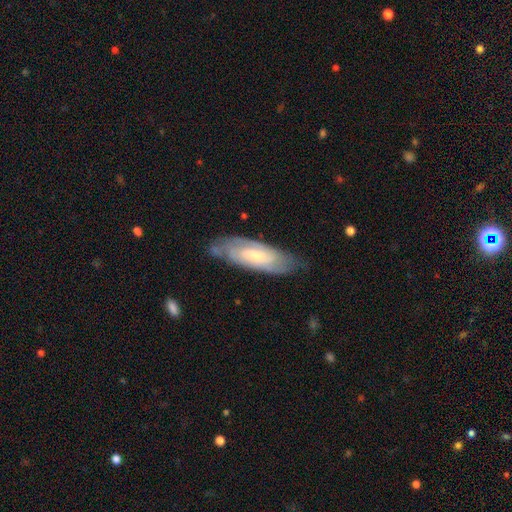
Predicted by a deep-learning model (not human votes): A featured or disk galaxy (64%) with no bar (49%), spiral arms (84%) and a small central bulge (52%). Merging: none (70%).